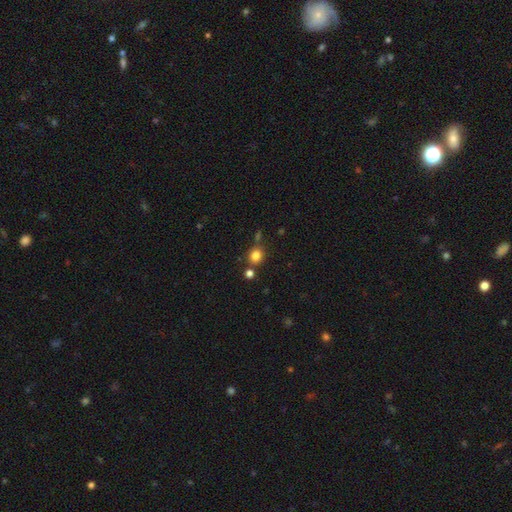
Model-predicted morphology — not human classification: This appears to be a smooth galaxy with no disk features (82%) that is round (79%). Merging: none (75%).